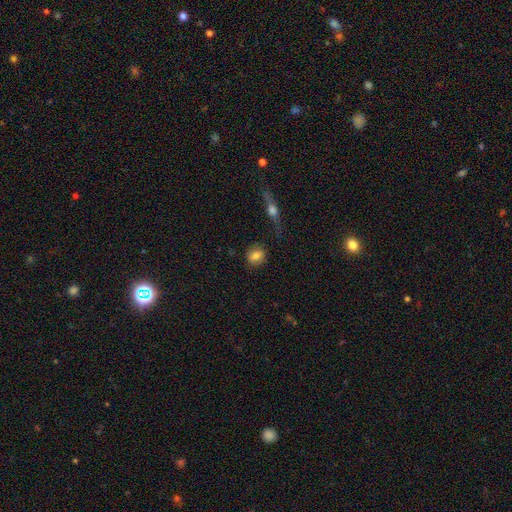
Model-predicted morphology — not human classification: type=smooth (76%); roundness=round (74%); merging=none (83%).